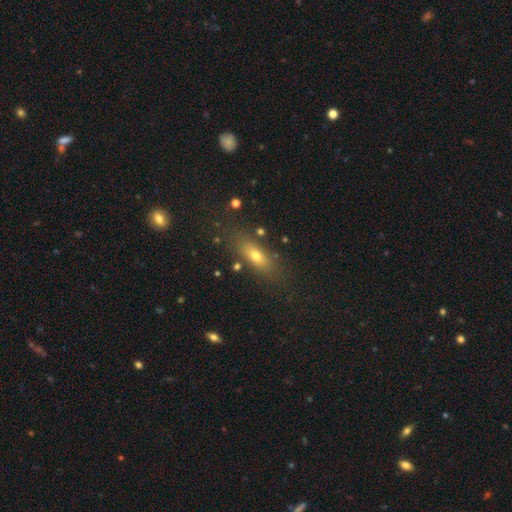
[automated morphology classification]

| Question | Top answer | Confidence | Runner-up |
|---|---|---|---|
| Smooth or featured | smooth | 67% | featured or disk (21%) |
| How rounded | in between | 62% | cigar-shaped (31%) |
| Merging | none | 79% | minor disturbance (13%) |